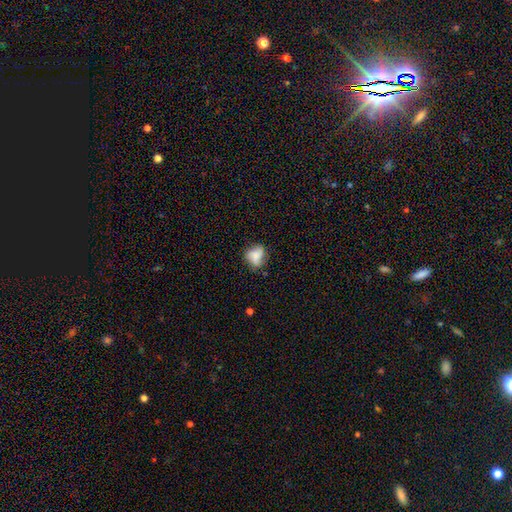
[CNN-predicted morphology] This is likely a smooth galaxy (65%). How rounded: possibly in between (49%, tied with round). Merging: possibly none (55%).